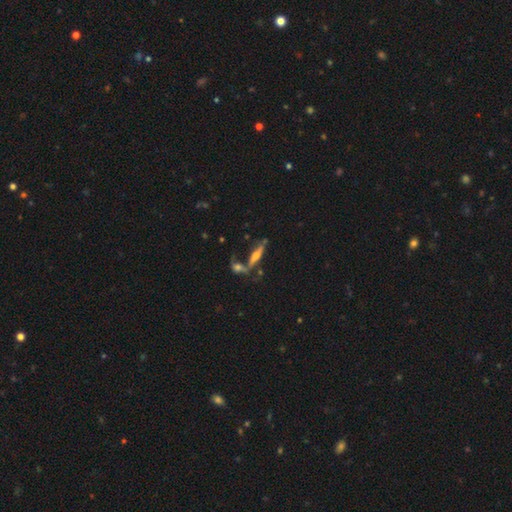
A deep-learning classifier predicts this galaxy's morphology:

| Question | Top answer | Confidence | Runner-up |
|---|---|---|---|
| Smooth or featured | featured or disk | 68% | smooth (24%) |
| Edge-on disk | yes | 92% | no (8%) |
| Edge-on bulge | rounded | 90% | boxy (6%) |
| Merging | none | 55% | merger (26%) |